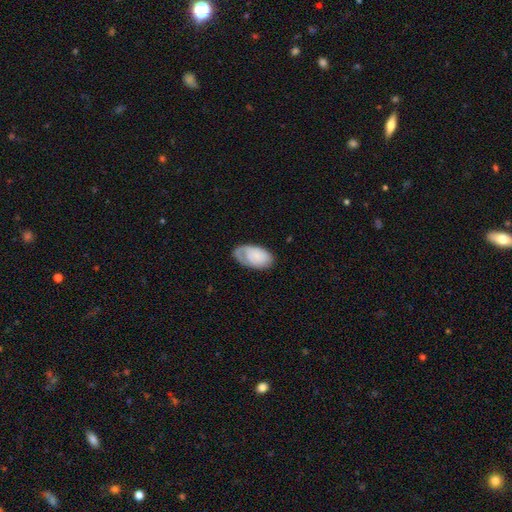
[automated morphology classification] Smooth or featured: smooth — 59% (featured or disk — 35%)
How rounded: in between — 94% (round — 4%)
Merging: none — 54% (minor disturbance — 29%)